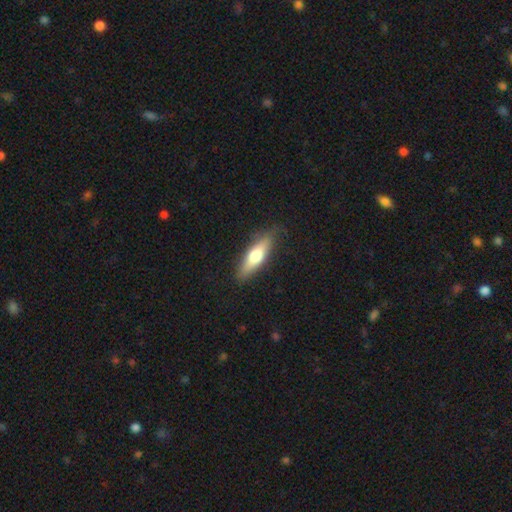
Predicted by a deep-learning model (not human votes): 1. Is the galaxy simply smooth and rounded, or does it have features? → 58% smooth, 36% featured or disk, 6% star or artifact.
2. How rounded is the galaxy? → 60% cigar-shaped, 37% in between, 2% round.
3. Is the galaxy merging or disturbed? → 84% none, 12% minor disturbance, 3% major disturbance, 1% merger.